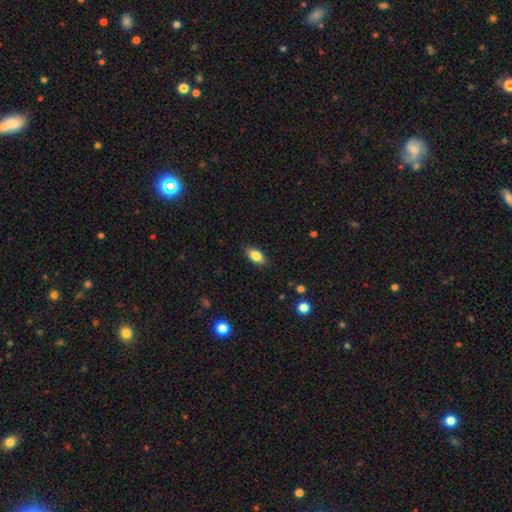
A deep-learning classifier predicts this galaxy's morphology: type=smooth (83%); roundness=in between (88%); merging=none (85%).